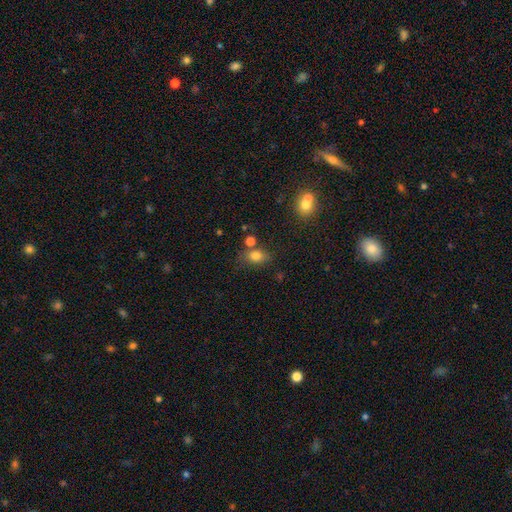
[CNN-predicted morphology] A smooth galaxy with no disk features (78%) that is in between round and cigar-shaped (68%). Merging: none (64%).